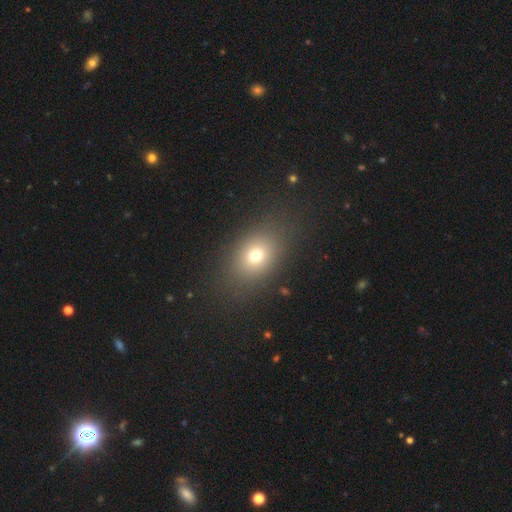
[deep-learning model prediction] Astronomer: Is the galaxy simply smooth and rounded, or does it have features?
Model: smooth — 71%.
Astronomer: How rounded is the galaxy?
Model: in between — 64%.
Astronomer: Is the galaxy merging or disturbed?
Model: none — 81%.